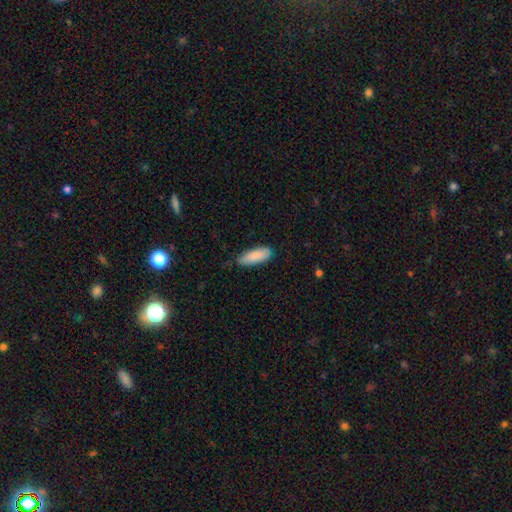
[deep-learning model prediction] smooth_or_featured: smooth (p=0.88) [alt: featured or disk p=0.07]
how_rounded: in between (p=0.71) [alt: cigar-shaped p=0.28]
merging: none (p=0.71) [alt: minor disturbance p=0.24]